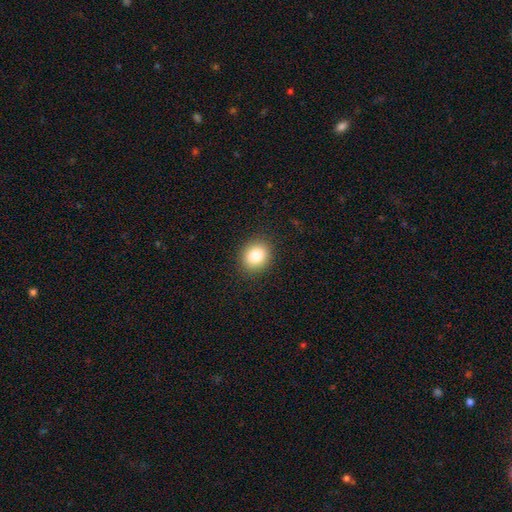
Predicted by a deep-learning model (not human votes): smooth-or-featured: smooth: 84% | star or artifact: 10% | featured or disk: 7%
  how-rounded: round: 58% | in between: 41% | cigar-shaped: 1%
  merging: none: 89% | minor disturbance: 7% | major disturbance: 2% | merger: 1%